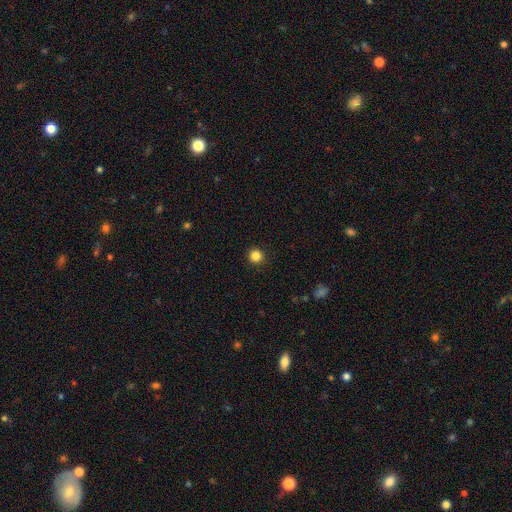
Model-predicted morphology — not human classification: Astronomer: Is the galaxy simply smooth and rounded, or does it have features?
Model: smooth — 85%.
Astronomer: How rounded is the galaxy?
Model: round — 95%.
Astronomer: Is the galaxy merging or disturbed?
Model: none — 93%.